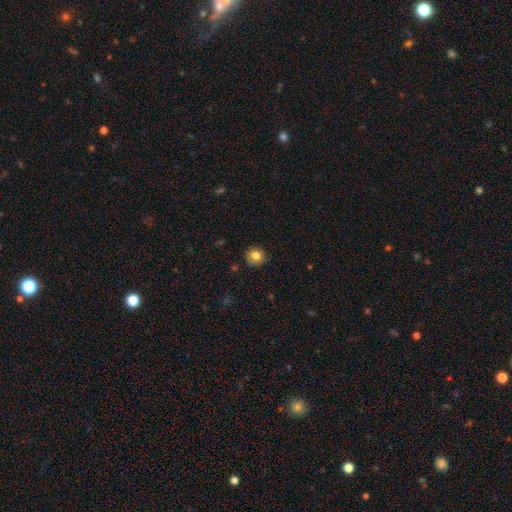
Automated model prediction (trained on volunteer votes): smooth 82%, star or artifact 10%, featured or disk 8%. Down the decision tree: how rounded — round (88%); merging — none (87%).